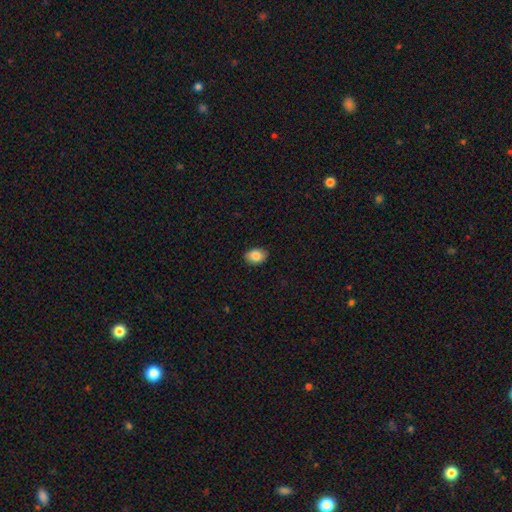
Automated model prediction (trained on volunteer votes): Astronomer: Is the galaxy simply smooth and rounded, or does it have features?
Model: smooth — 86%.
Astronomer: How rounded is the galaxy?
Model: in between — 74%.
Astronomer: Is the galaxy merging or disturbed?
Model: none — 87%.